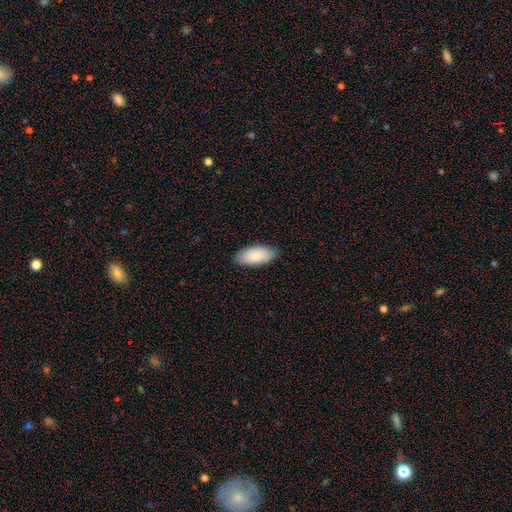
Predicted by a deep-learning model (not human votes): The model was most divided on "merging": none: 87%, minor disturbance: 10%, major disturbance: 2%, merger: 1%. More confident: how rounded — in between (91%); smooth or featured — smooth (86%).